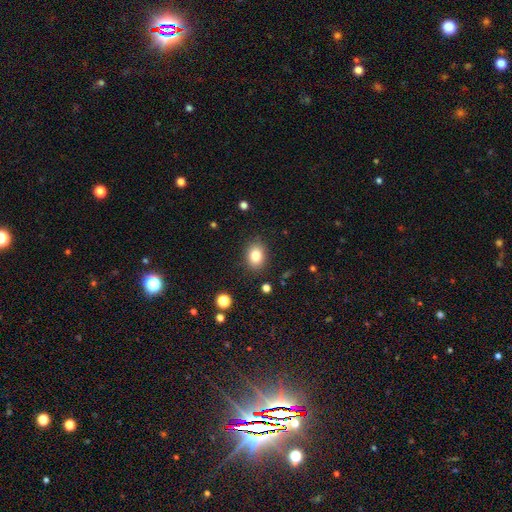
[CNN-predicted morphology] A smooth galaxy with no disk features (82%) that is in between round and cigar-shaped (63%).

Vote fractions:
- Smooth or featured? smooth: 82% / star or artifact: 10% / featured or disk: 8%
- How rounded? in between: 63% / round: 36% / cigar-shaped: 1%
- Merging? none: 86% / minor disturbance: 10% / major disturbance: 3% / merger: 1%